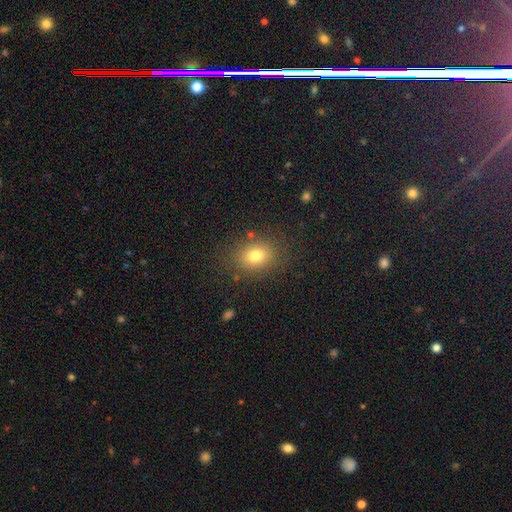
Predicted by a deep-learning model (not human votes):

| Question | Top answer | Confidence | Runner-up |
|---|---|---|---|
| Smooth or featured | smooth | 78% | star or artifact (12%) |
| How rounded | in between | 60% | round (38%) |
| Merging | none | 83% | minor disturbance (11%) |